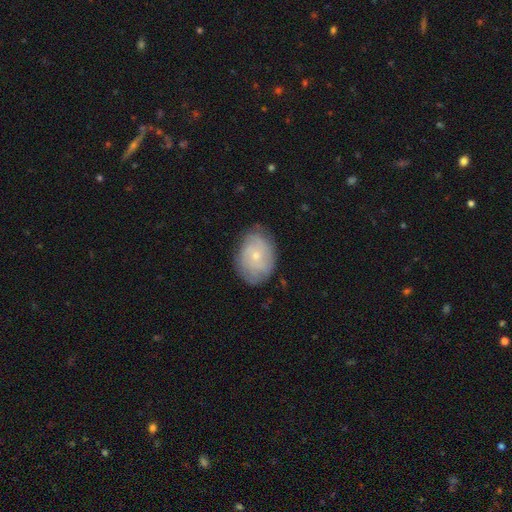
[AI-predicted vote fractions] Smooth or featured: featured or disk — 54% (smooth — 39%)
Edge-on disk: no — 96% (yes — 4%)
Bar: no — 83% (weak — 15%)
Spiral arms: yes — 77% (no — 23%)
Bulge size: small — 74% (moderate — 22%)
Merging: none — 73% (minor disturbance — 20%)